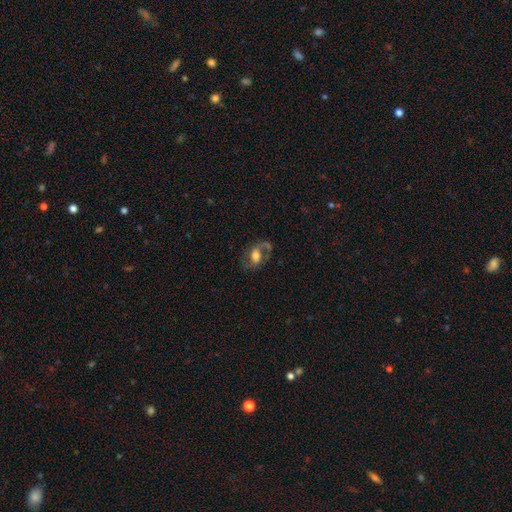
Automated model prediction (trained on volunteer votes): A featured or disk galaxy (67%) with a weak bar (40%), 2 (80%) medium (48%) spiral arms (85%) and a moderate central bulge (43%). Merging: none (61%).